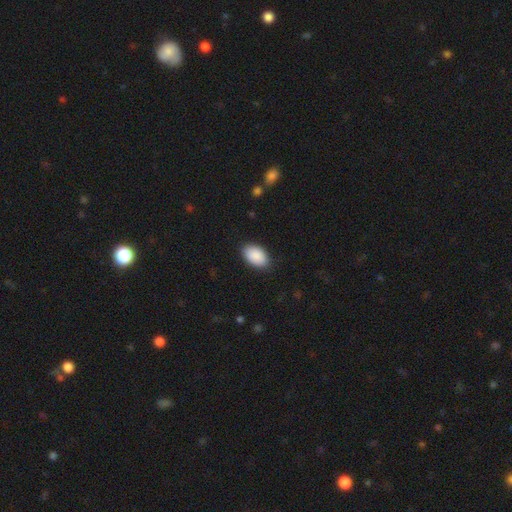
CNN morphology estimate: Smooth or featured? Predicted: smooth (p=0.91). How rounded? Predicted: in between (p=0.94). Merging? Predicted: none (p=0.87).